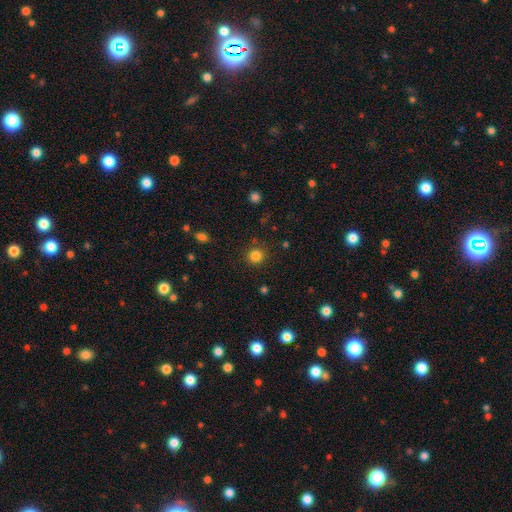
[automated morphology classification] type=smooth (83%); roundness=round (93%); merging=none (88%).